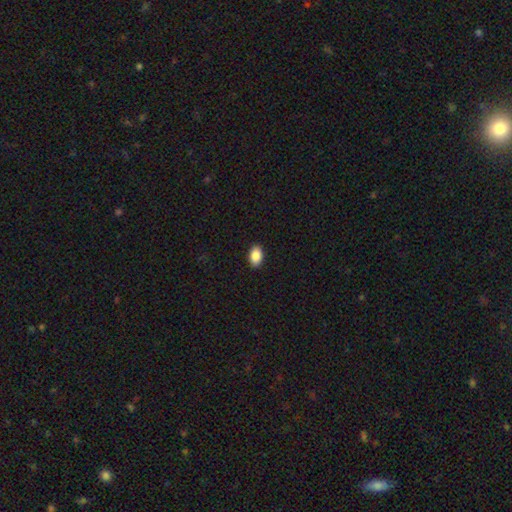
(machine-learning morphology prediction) Smooth or featured? smooth (88%)
How rounded? in between (89%)
Merging? none (90%)